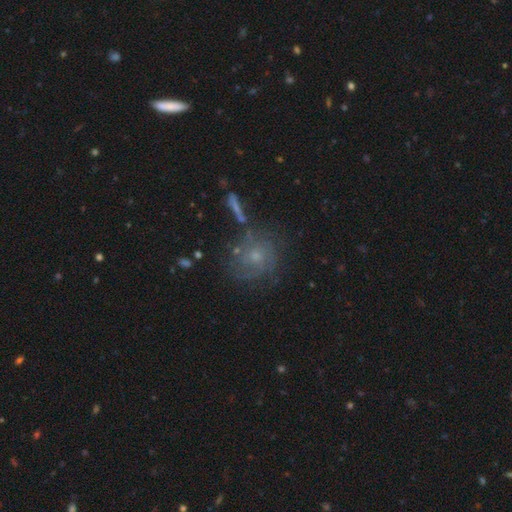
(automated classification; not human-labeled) Overall: featured or disk (52%; smooth 33%). Edge-on disk: no (96%). Merging: none (66%).